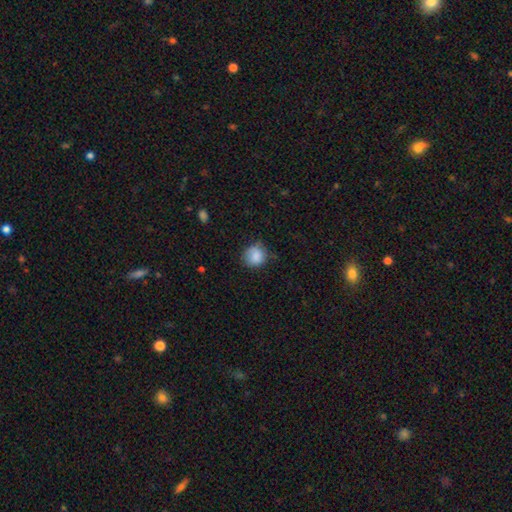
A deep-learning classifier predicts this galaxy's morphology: Smooth or featured? Predicted: smooth (p=0.84). How rounded? Predicted: round (p=0.83). Merging? Predicted: none (p=0.63).